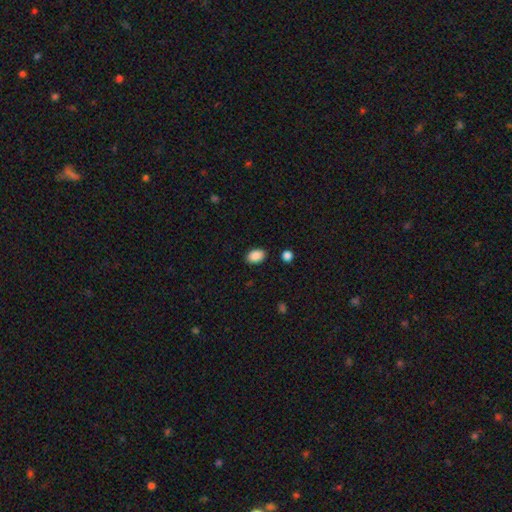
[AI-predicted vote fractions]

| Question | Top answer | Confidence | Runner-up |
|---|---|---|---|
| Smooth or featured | smooth | 89% | star or artifact (8%) |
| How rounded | in between | 86% | round (13%) |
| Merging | none | 88% | minor disturbance (8%) |